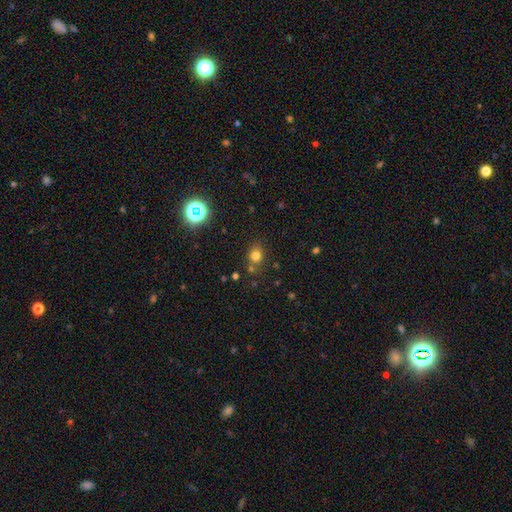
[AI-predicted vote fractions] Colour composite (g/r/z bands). It shows a smooth galaxy with no disk features (75%) that is round (68%). Merging: none (73%).